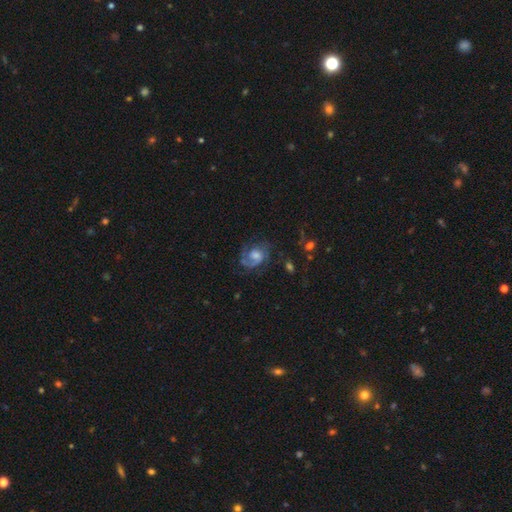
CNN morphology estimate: featured or disk 74%, smooth 18%, star or artifact 8%. Down the decision tree: edge-on disk — no (98%); bar — no (66%); spiral arms — yes (91%); spiral arm count — 2 (45%); spiral winding — medium (44%); bulge size — moderate (46%); merging — none (58%).